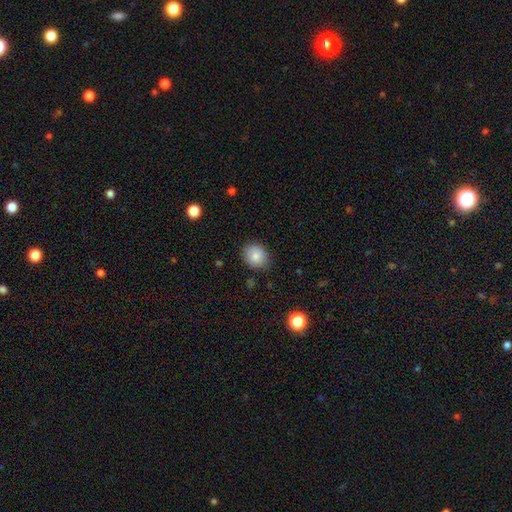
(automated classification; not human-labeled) Q: Smooth or featured?
A: smooth (83%); runner-up: star or artifact (8%)
Q: How rounded?
A: round (56%); runner-up: in between (43%)
Q: Merging?
A: none (83%); runner-up: minor disturbance (13%)